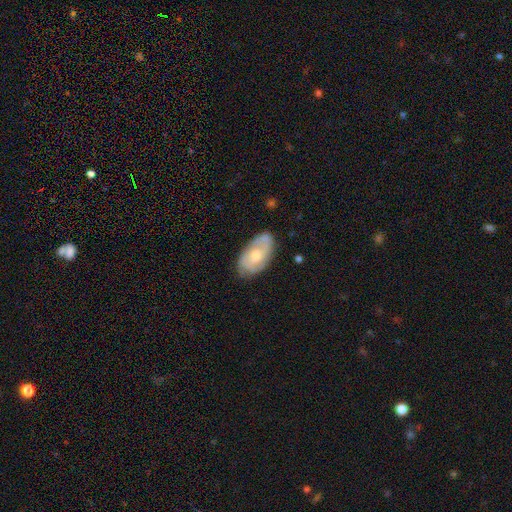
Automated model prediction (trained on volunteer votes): smooth-or-featured: featured or disk: 65% | smooth: 30% | star or artifact: 6%
  disk-edge-on: no: 95% | yes: 5%
    bar: no: 64% | weak: 31% | strong: 4%
    has-spiral-arms: yes: 85% | no: 15%
      spiral-winding: tight: 46% | medium: 40% | loose: 14%
      spiral-arm-count: 2: 47% | can't tell: 31% | 3: 11% | 1: 6% | 4: 3% | more than 4: 2%
    bulge-size: moderate: 50% | small: 42% | large: 4% | none: 4% | dominant: 1%
  merging: none: 71% | minor disturbance: 22% | major disturbance: 5% | merger: 2%